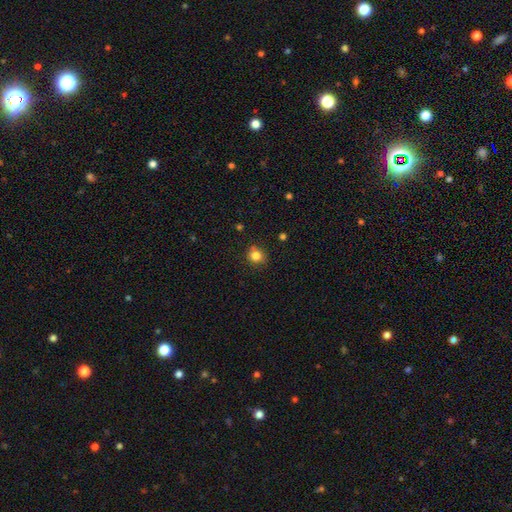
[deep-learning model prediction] This is clearly a smooth galaxy (82%). How rounded: likely round (80%). Merging: likely none (78%).